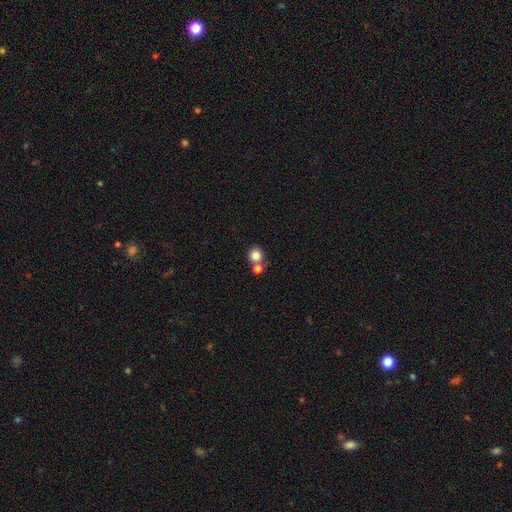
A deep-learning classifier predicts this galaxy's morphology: This is clearly a smooth galaxy (82%). How rounded: clearly round (89%). Merging: possibly none (56%).